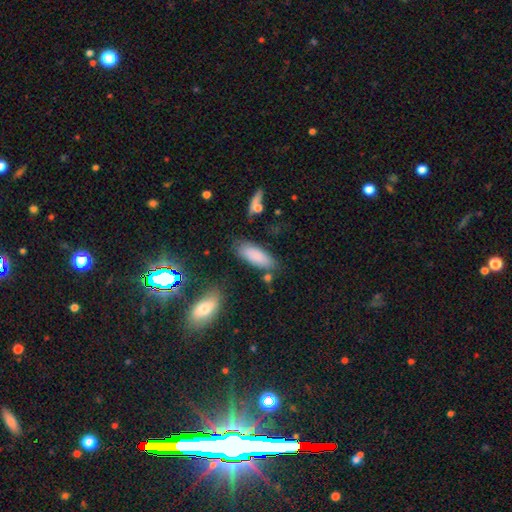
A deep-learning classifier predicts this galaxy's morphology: smooth-or-featured: smooth: 83% | featured or disk: 9% | star or artifact: 8%
  how-rounded: in between: 74% | cigar-shaped: 24% | round: 2%
  merging: none: 75% | minor disturbance: 15% | merger: 6% | major disturbance: 4%